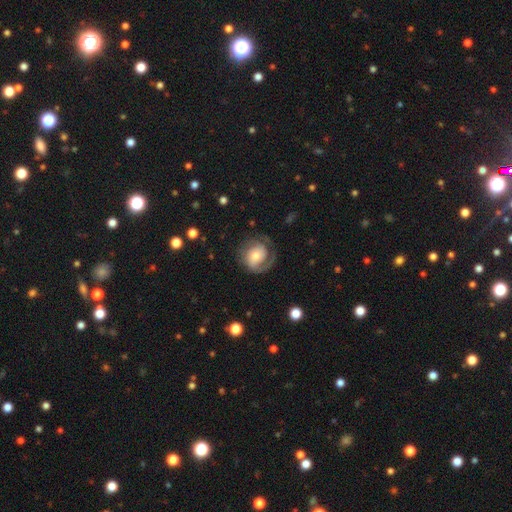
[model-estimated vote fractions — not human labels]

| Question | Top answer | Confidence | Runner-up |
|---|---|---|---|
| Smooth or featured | featured or disk | 70% | smooth (23%) |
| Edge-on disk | no | 97% | yes (3%) |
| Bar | no | 65% | weak (27%) |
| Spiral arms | yes | 90% | no (10%) |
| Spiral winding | tight | 49% | medium (36%) |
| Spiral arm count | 2 | 42% | 1 (38%) |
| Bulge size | moderate | 53% | small (33%) |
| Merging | none | 64% | minor disturbance (18%) |